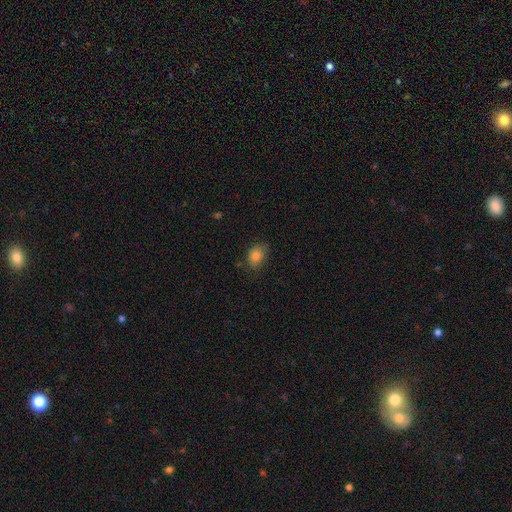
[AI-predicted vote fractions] Smooth or featured?
  - smooth: 82% *
  - star or artifact: 11%
  - featured or disk: 7%
How rounded?
  - in between: 59% *
  - round: 40%
  - cigar-shaped: 1%
Merging?
  - none: 75% *
  - minor disturbance: 19%
  - major disturbance: 4%
  - merger: 2%